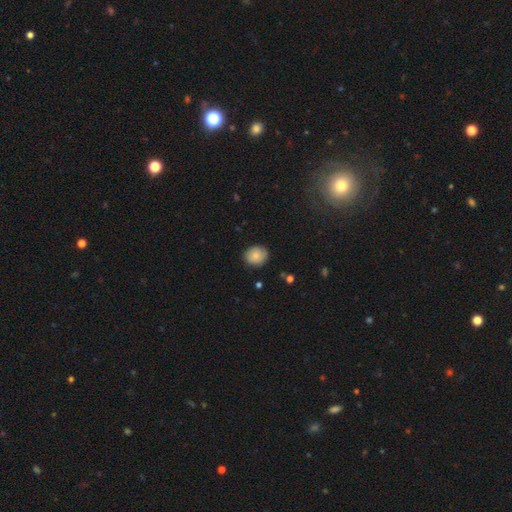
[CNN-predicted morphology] type=smooth (81%); roundness=round (73%); merging=none (83%).